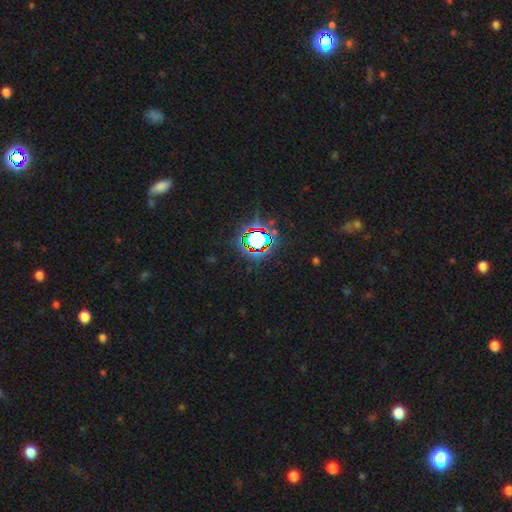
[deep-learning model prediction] Q: Smooth or featured?
A: star or artifact (79%); runner-up: smooth (13%)